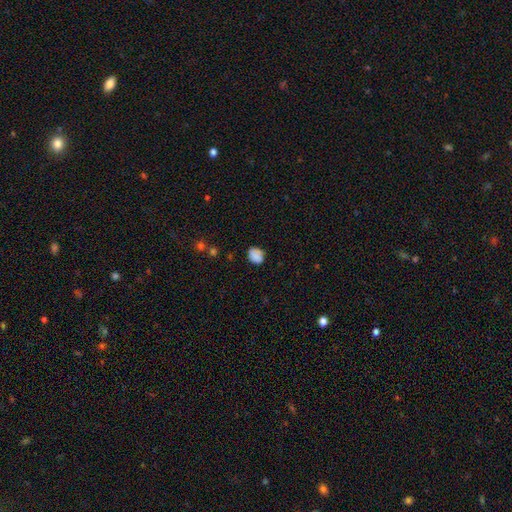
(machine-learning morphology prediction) This is clearly a smooth galaxy (84%). How rounded: possibly in between (53%). Merging: likely none (72%).